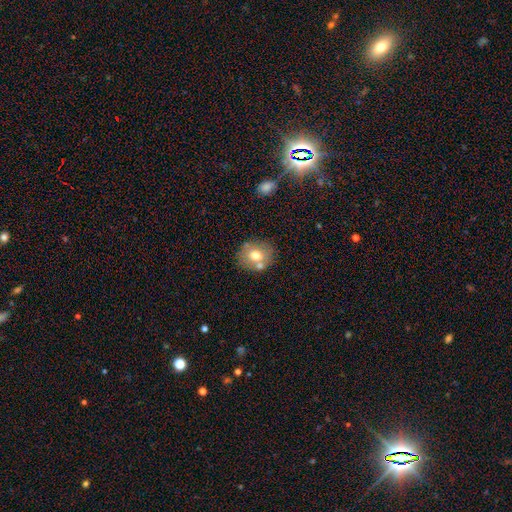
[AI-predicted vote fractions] smooth-or-featured: smooth: 69% | featured or disk: 21% | star or artifact: 10%
  how-rounded: round: 68% | in between: 31% | cigar-shaped: 1%
  merging: none: 69% | merger: 15% | minor disturbance: 13% | major disturbance: 3%